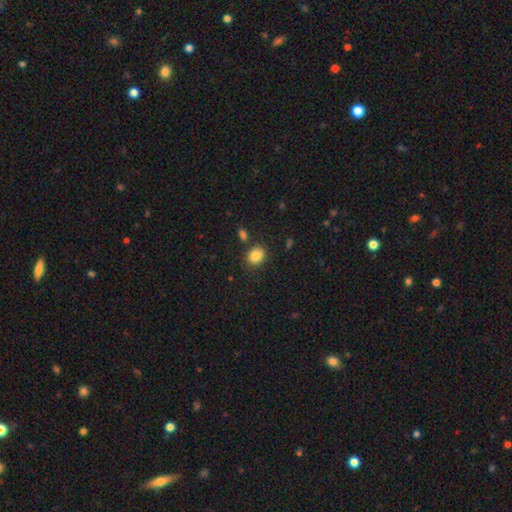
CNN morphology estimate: Smooth or featured?
  - smooth: 86% *
  - star or artifact: 9%
  - featured or disk: 5%
How rounded?
  - in between: 56% *
  - round: 43%
  - cigar-shaped: 1%
Merging?
  - none: 78% *
  - minor disturbance: 12%
  - merger: 6%
  - major disturbance: 4%